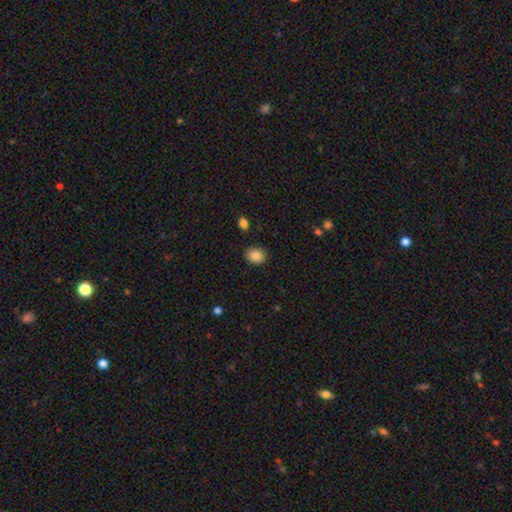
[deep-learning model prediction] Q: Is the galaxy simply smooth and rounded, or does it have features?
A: smooth — 86%.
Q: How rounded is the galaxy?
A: in between — 51%.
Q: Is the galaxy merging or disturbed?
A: none — 88%.